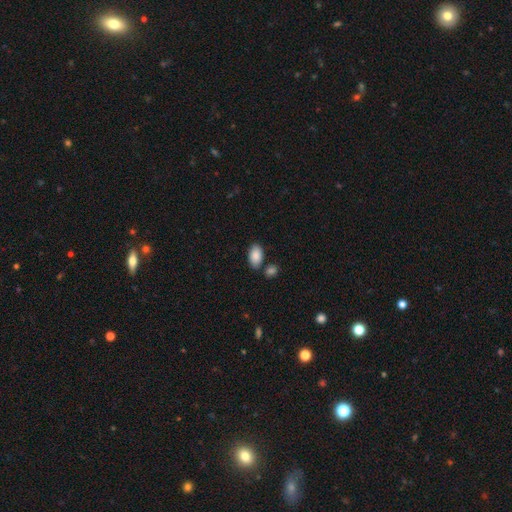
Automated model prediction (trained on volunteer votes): smooth-or-featured: smooth: 88% | star or artifact: 7% | featured or disk: 5%
  how-rounded: in between: 94% | round: 4% | cigar-shaped: 1%
  merging: none: 74% | minor disturbance: 12% | merger: 11% | major disturbance: 3%